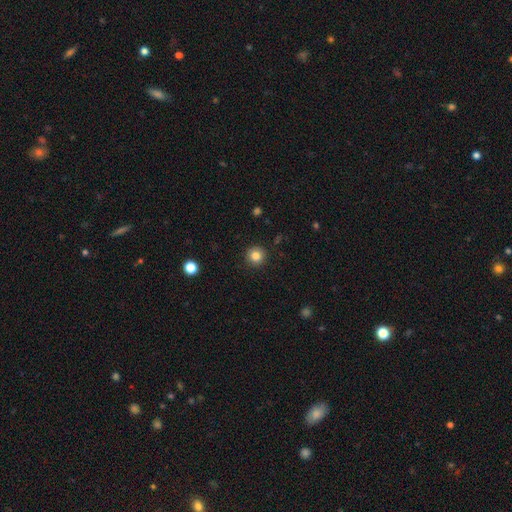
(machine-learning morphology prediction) A smooth galaxy with no disk features (83%) that is round (95%).

Vote fractions:
- Smooth or featured? smooth: 83% / star or artifact: 11% / featured or disk: 6%
- How rounded? round: 95% / in between: 4% / cigar-shaped: 1%
- Merging? none: 91% / minor disturbance: 6% / major disturbance: 2% / merger: 1%